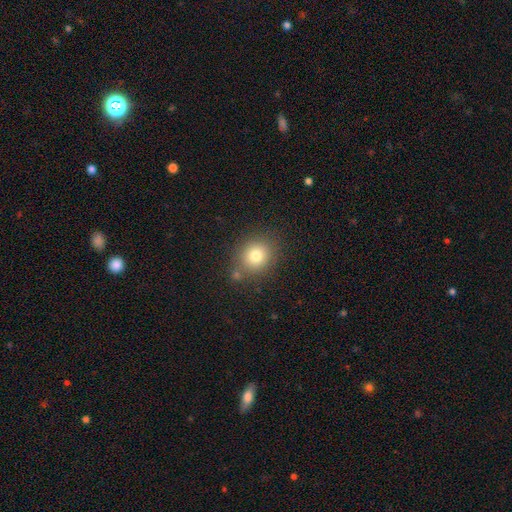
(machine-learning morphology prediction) Overall: smooth (78%). How rounded: round (82%). Merging: none (77%).